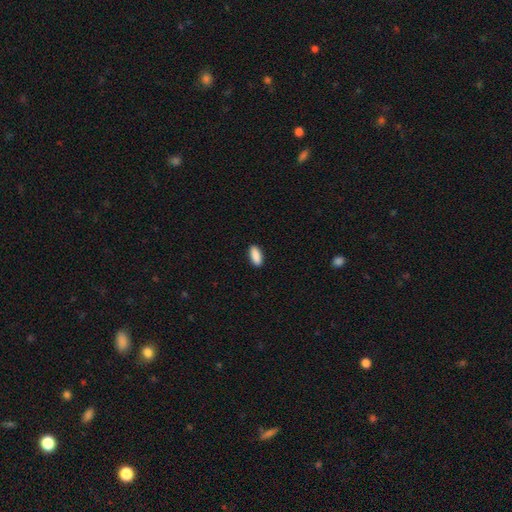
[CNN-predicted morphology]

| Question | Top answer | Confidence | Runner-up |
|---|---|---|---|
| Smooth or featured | smooth | 90% | star or artifact (6%) |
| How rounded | in between | 81% | cigar-shaped (17%) |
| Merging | none | 90% | minor disturbance (7%) |